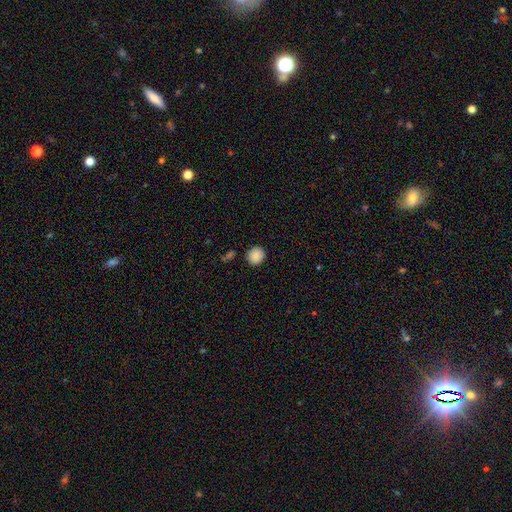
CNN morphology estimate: Smooth or featured?
  - smooth: 88% *
  - star or artifact: 8%
  - featured or disk: 3%
How rounded?
  - round: 87% *
  - in between: 12%
  - cigar-shaped: 1%
Merging?
  - none: 88% *
  - minor disturbance: 8%
  - merger: 3%
  - major disturbance: 2%